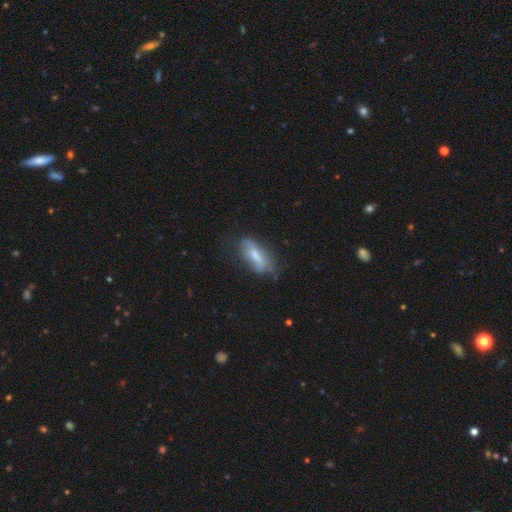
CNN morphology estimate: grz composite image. It shows a smooth galaxy with no disk features (53%) that is in between round and cigar-shaped (69%). Merging: none (56%).